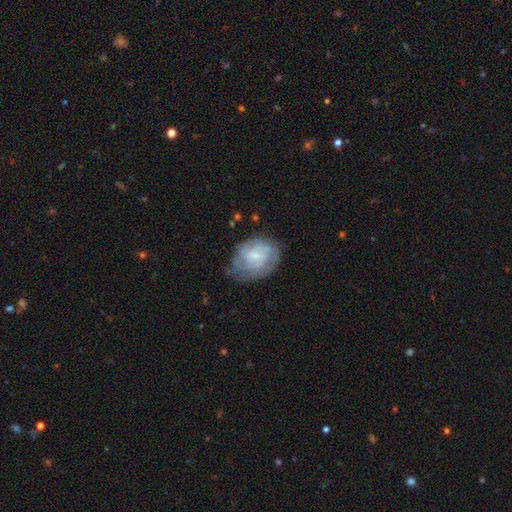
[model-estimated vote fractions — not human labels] featured or disk 64%, smooth 29%, star or artifact 7%. Down the decision tree: edge-on disk — no (98%); bar — no (67%); spiral arms — yes (85%); spiral arm count — can't tell (48%); spiral winding — tight (58%); bulge size — small (62%); merging — none (65%).